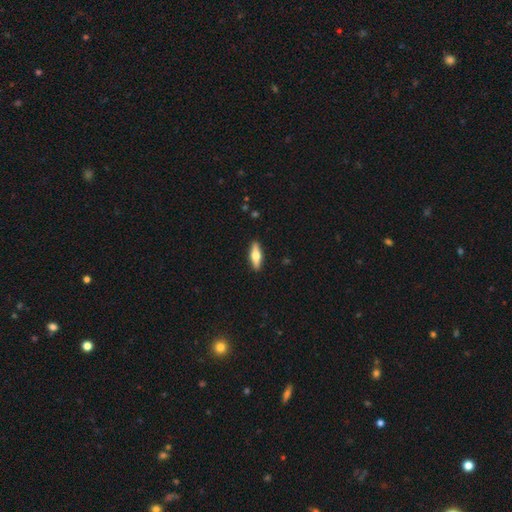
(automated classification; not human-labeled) smooth_or_featured: smooth (p=0.50) [alt: featured or disk p=0.44]
how_rounded: cigar-shaped (p=0.50) [alt: in between p=0.47]
merging: none (p=0.90) [alt: minor disturbance p=0.07]